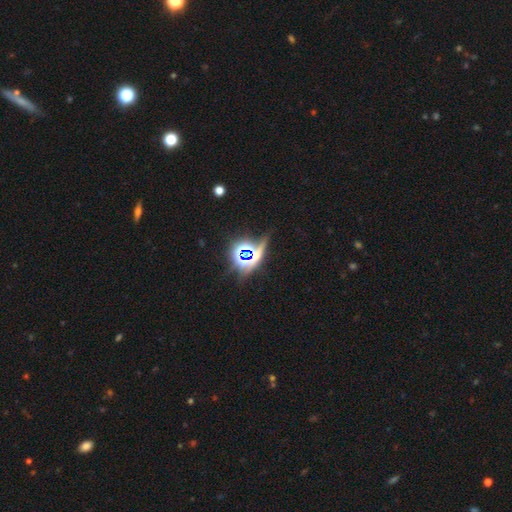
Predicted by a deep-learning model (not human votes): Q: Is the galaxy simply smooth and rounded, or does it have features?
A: star or artifact — 66%.